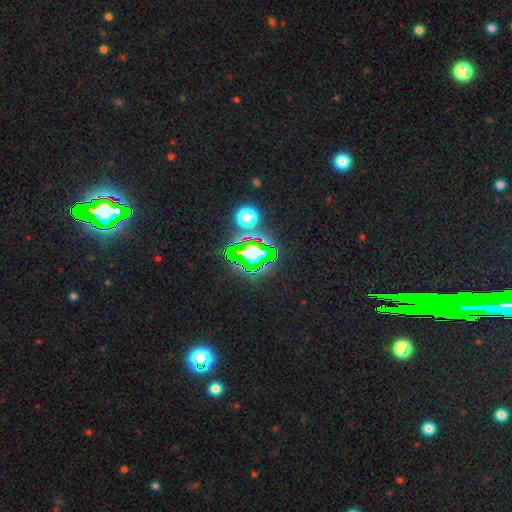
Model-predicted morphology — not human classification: smooth-or-featured: star or artifact: 71% | smooth: 17% | featured or disk: 13%